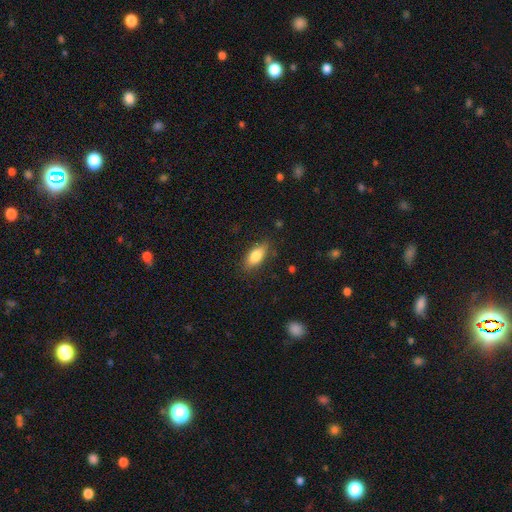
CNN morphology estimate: smooth 81%, featured or disk 12%, star or artifact 7%. Down the decision tree: how rounded — in between (82%); merging — none (82%).